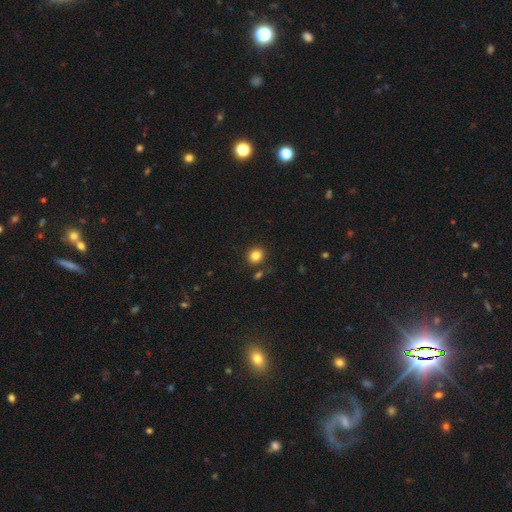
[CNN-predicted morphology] Overall: smooth (83%). How rounded: round (76%). Merging: none (85%).